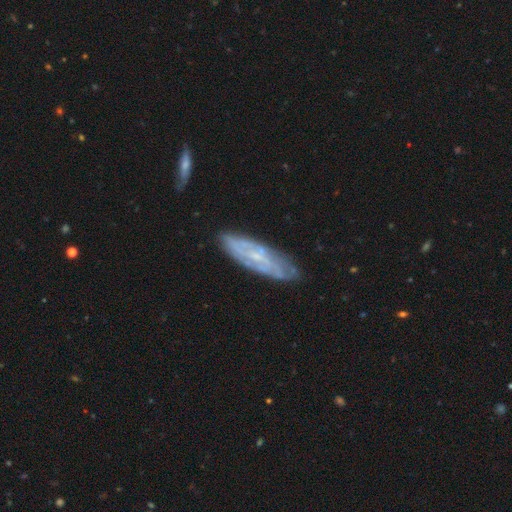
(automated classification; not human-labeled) smooth-or-featured: featured or disk: 64% | smooth: 28% | star or artifact: 7%
  disk-edge-on: no: 72% | yes: 28%
  merging: none: 74% | minor disturbance: 19% | major disturbance: 5% | merger: 2%